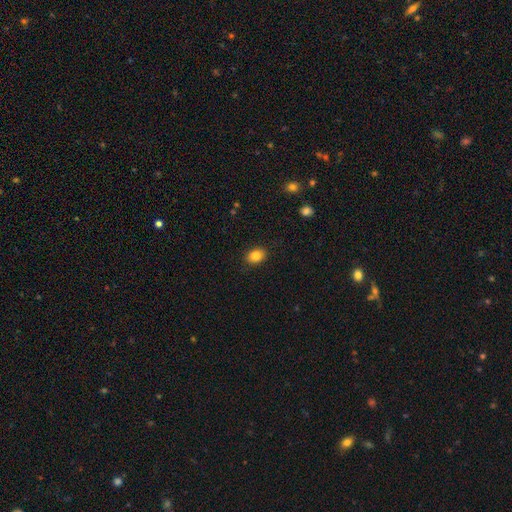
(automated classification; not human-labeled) Smooth or featured? smooth (84%)
How rounded? in between (70%)
Merging? none (88%)